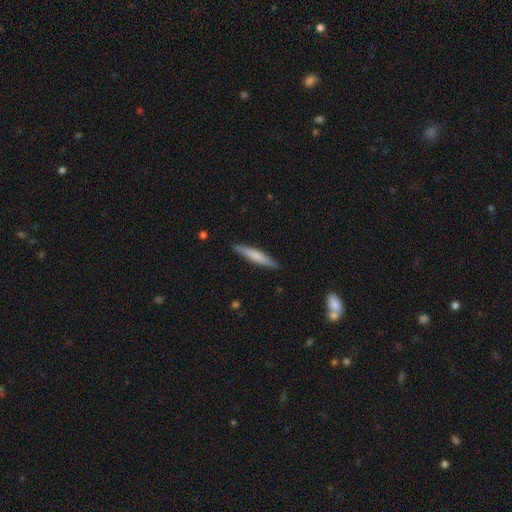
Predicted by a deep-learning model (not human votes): Smooth or featured: smooth — 61% (featured or disk — 34%)
How rounded: cigar-shaped — 93% (in between — 5%)
Merging: none — 89% (minor disturbance — 8%)